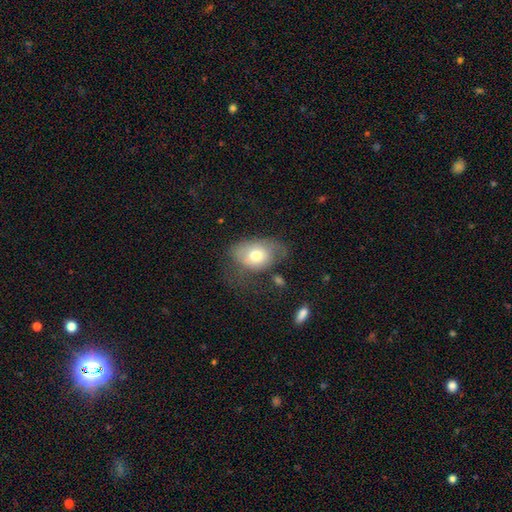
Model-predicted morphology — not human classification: smooth-or-featured: smooth: 66% | featured or disk: 26% | star or artifact: 8%
  how-rounded: in between: 77% | round: 22% | cigar-shaped: 1%
  merging: none: 36% | major disturbance: 30% | minor disturbance: 30% | merger: 4%